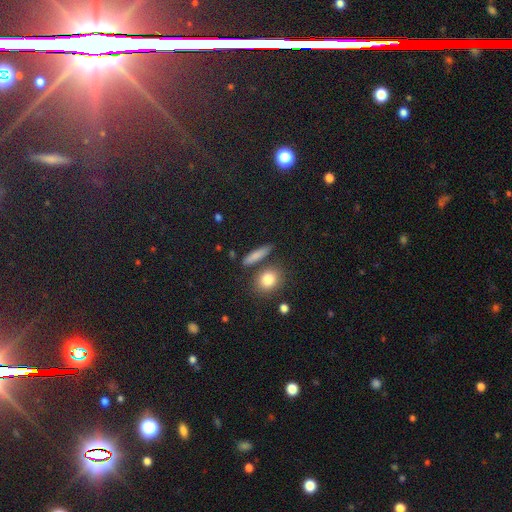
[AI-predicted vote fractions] Q: Smooth or featured?
A: smooth (79%); runner-up: featured or disk (11%)
Q: How rounded?
A: cigar-shaped (60%); runner-up: in between (22%)
Q: Merging?
A: none (80%); runner-up: minor disturbance (10%)